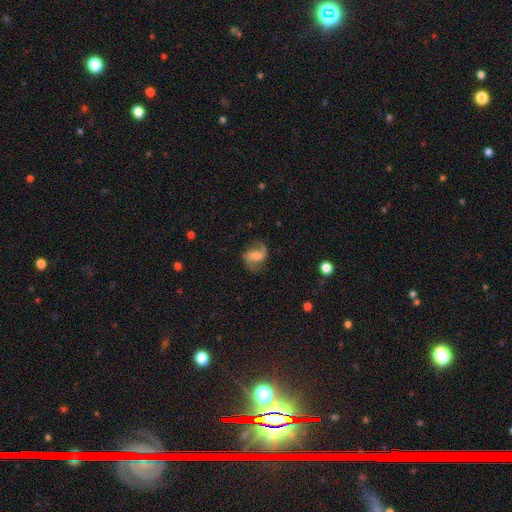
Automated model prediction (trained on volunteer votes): Smooth or featured: featured or disk — 72% (smooth — 20%)
Edge-on disk: no — 98% (yes — 2%)
Bar: weak — 45% (no — 28%)
Spiral arms: yes — 93% (no — 7%)
Spiral winding: loose — 45% (medium — 43%)
Spiral arm count: 2 — 83% (1 — 10%)
Bulge size: none — 37% (small — 24%)
Merging: none — 66% (minor disturbance — 18%)